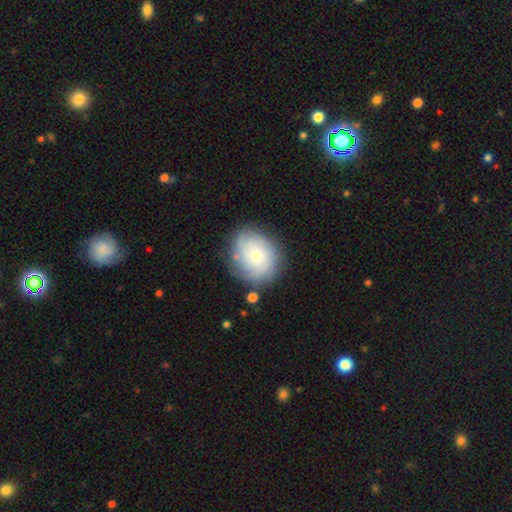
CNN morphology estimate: smooth-or-featured: smooth: 50% | featured or disk: 41% | star or artifact: 9%
  merging: none: 75% | minor disturbance: 16% | major disturbance: 5% | merger: 3%